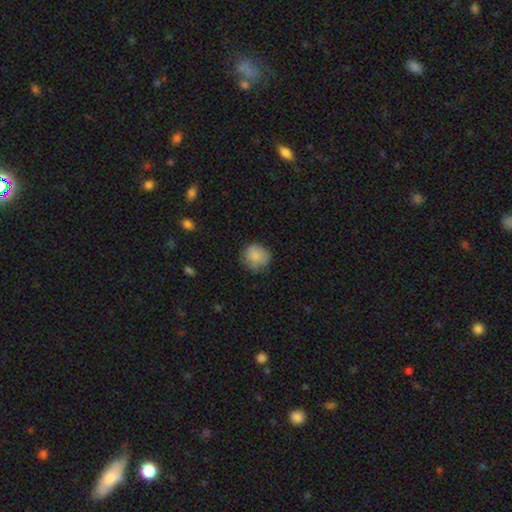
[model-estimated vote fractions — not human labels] smooth-or-featured: smooth: 82% | featured or disk: 10% | star or artifact: 9%
  how-rounded: round: 83% | in between: 16% | cigar-shaped: 1%
  merging: none: 71% | minor disturbance: 21% | major disturbance: 6% | merger: 2%